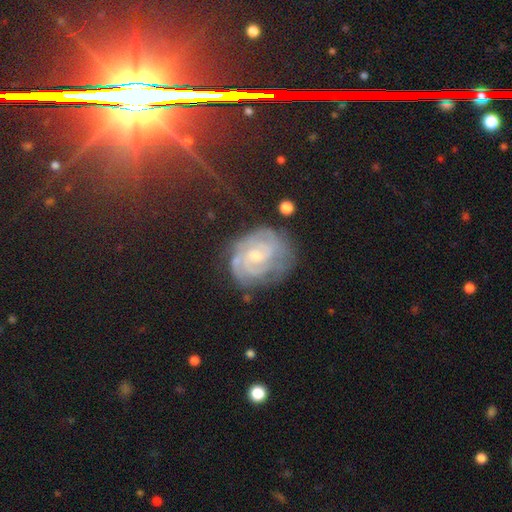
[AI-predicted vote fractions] A featured or disk galaxy (77%) with no bar (66%), tight (67%) spiral arms (92%) and a small central bulge (51%).

Vote fractions:
- Smooth or featured? featured or disk: 77% / smooth: 13% / star or artifact: 10%
- Edge-on disk? no: 97% / yes: 3%
- Bar? no: 66% / weak: 29% / strong: 5%
- Spiral arms? yes: 92% / no: 8%
- Spiral winding? tight: 67% / medium: 27% / loose: 7%
- Spiral arm count? can't tell: 39% / 2: 24% / 3: 20% / 4: 7% / 1: 5% / more than 4: 5%
- Bulge size? small: 51% / moderate: 44% / none: 2% / large: 2% / dominant: 1%
- Merging? none: 68% / minor disturbance: 21% / major disturbance: 9% / merger: 2%